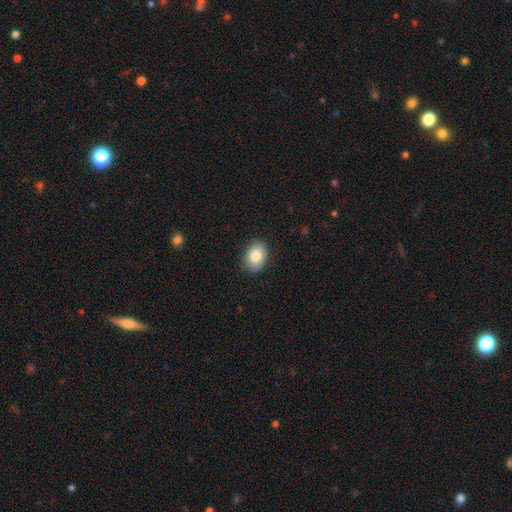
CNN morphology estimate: smooth-or-featured: smooth: 84% | featured or disk: 9% | star or artifact: 7%
  how-rounded: in between: 76% | round: 23% | cigar-shaped: 1%
  merging: none: 85% | minor disturbance: 11% | major disturbance: 2% | merger: 1%